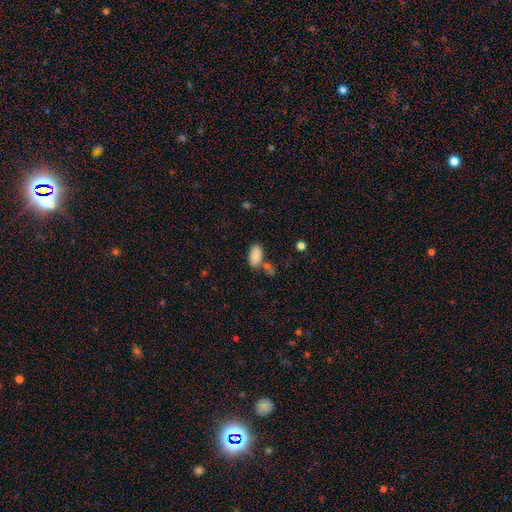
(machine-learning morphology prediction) smooth-or-featured: smooth: 87% | star or artifact: 8% | featured or disk: 6%
  how-rounded: in between: 94% | cigar-shaped: 3% | round: 3%
  merging: none: 63% | merger: 16% | minor disturbance: 16% | major disturbance: 5%